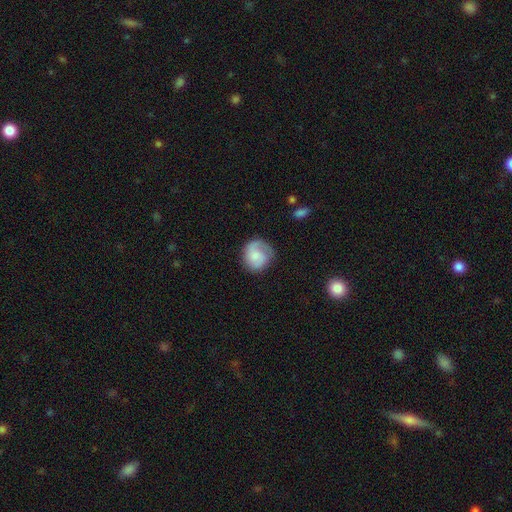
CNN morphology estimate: A smooth galaxy with no disk features (51%) that is round (81%). Merging: none (63%).